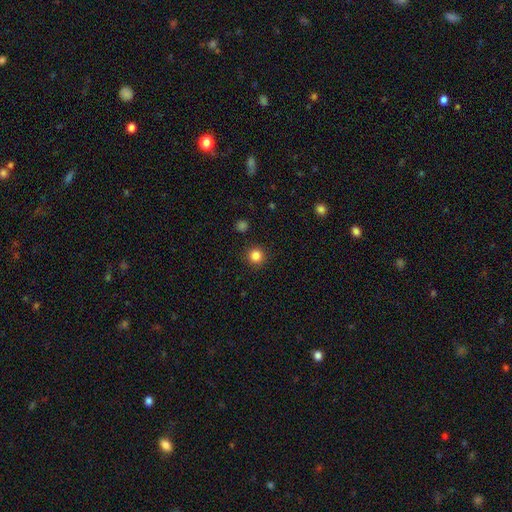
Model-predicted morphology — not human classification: A smooth galaxy with no disk features (84%) that is round (94%).

Vote fractions:
- Smooth or featured? smooth: 84% / star or artifact: 12% / featured or disk: 4%
- How rounded? round: 94% / in between: 5% / cigar-shaped: 1%
- Merging? none: 91% / minor disturbance: 5% / major disturbance: 2% / merger: 1%